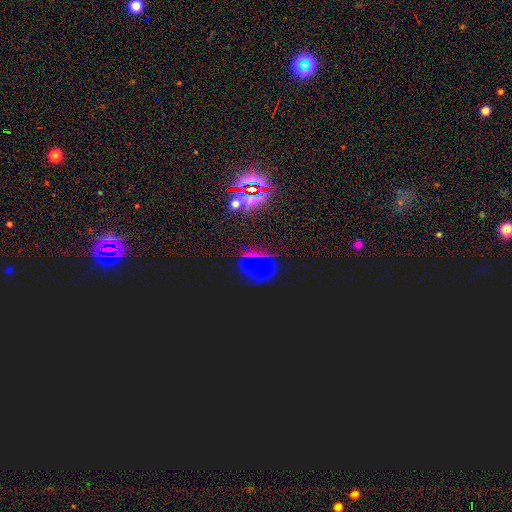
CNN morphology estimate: Smooth or featured: star or artifact — 55% (smooth — 29%)